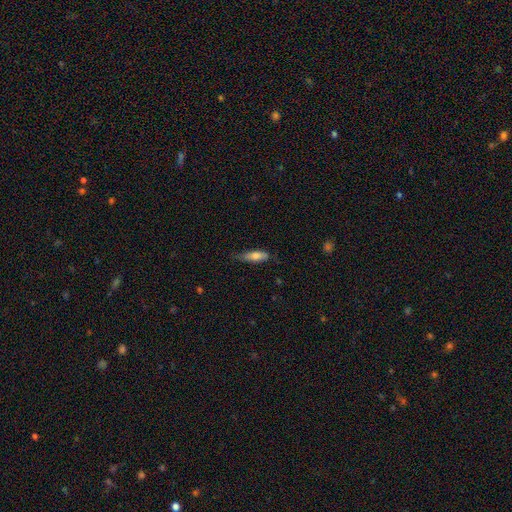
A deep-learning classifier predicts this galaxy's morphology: Smooth or featured: smooth — 70% (featured or disk — 24%)
How rounded: cigar-shaped — 52% (in between — 46%)
Merging: none — 67% (minor disturbance — 26%)